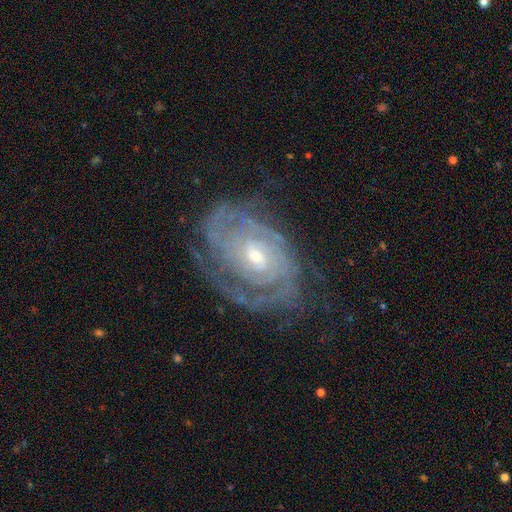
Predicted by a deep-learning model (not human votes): This is clearly a featured or disk galaxy (88%). It is clearly not viewed edge-on (96%). Bar: possibly no (58%). Spiral arm pattern: clearly yes (96%). Spiral arm count: marginally can't tell (32%). Spiral winding: likely tight (75%). Central bulge: possibly small (51%). Merging: likely none (69%).